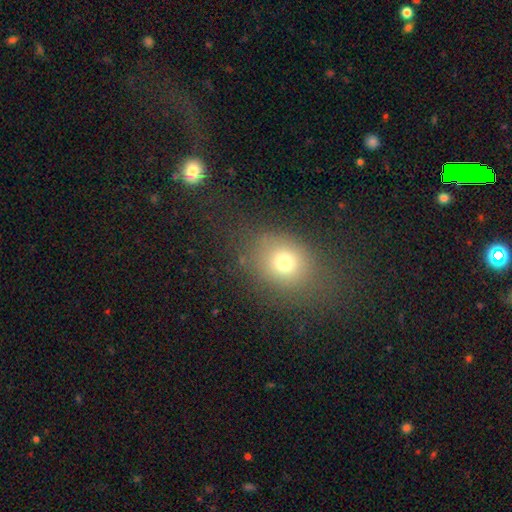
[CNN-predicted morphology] A smooth galaxy with no disk features (67%) that is round (55%).

Vote fractions:
- Smooth or featured? smooth: 67% / star or artifact: 18% / featured or disk: 15%
- How rounded? round: 55% / in between: 43% / cigar-shaped: 2%
- Merging? none: 56% / major disturbance: 22% / minor disturbance: 14% / merger: 8%